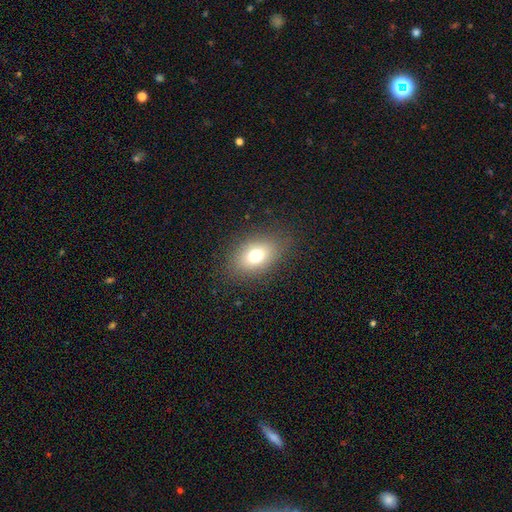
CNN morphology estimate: Smooth or featured: smooth — 73% (featured or disk — 14%)
How rounded: in between — 77% (round — 21%)
Merging: none — 83% (minor disturbance — 12%)